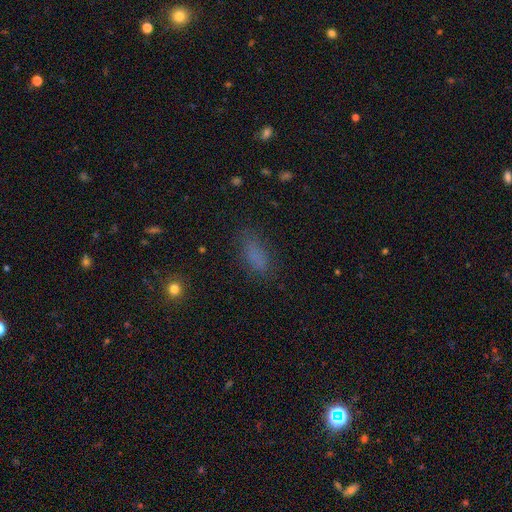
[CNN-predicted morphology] This is likely a smooth galaxy (77%). How rounded: likely in between (79%). Merging: likely none (74%).